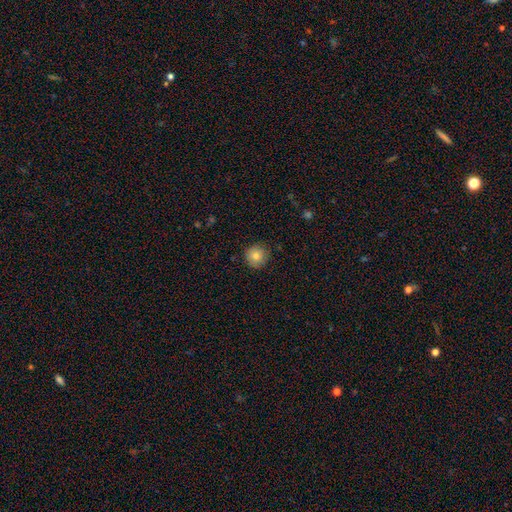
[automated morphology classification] A smooth galaxy with no disk features (80%) that is round (94%).

Vote fractions:
- Smooth or featured? smooth: 80% / featured or disk: 10% / star or artifact: 10%
- How rounded? round: 94% / in between: 5% / cigar-shaped: 1%
- Merging? none: 87% / minor disturbance: 10% / major disturbance: 2% / merger: 1%